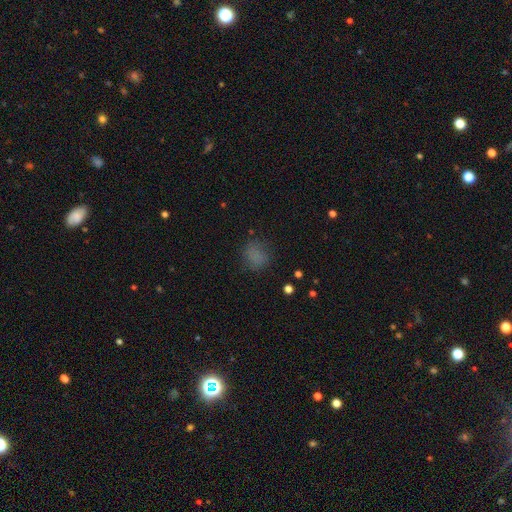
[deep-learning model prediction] smooth-or-featured: smooth: 75% | star or artifact: 17% | featured or disk: 8%
  how-rounded: round: 71% | in between: 28% | cigar-shaped: 1%
  merging: none: 74% | minor disturbance: 17% | major disturbance: 8% | merger: 2%